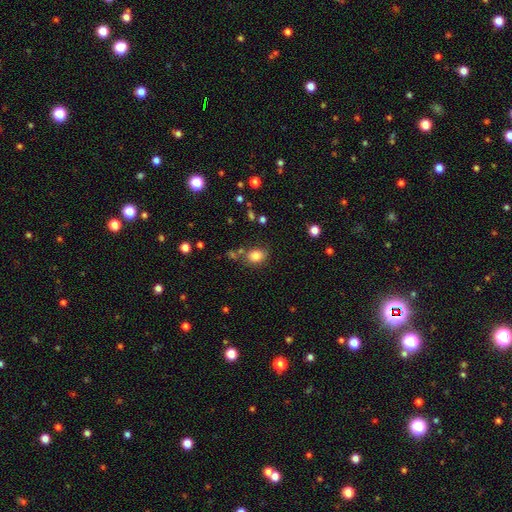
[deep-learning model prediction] Smooth or featured? smooth (82%)
How rounded? in between (60%)
Merging? none (72%)